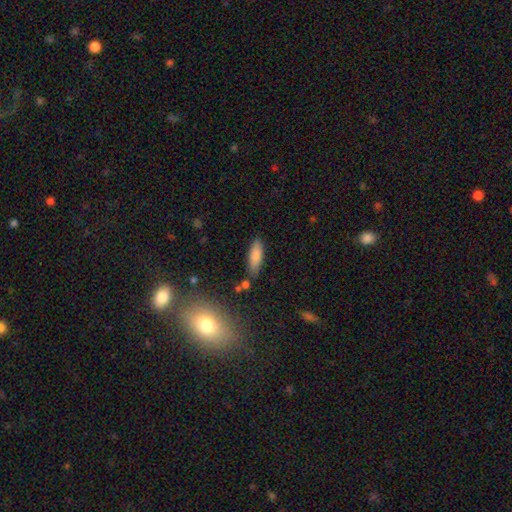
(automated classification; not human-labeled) A smooth galaxy with no disk features (81%) that is in between round and cigar-shaped (56%). Merging: none (81%).